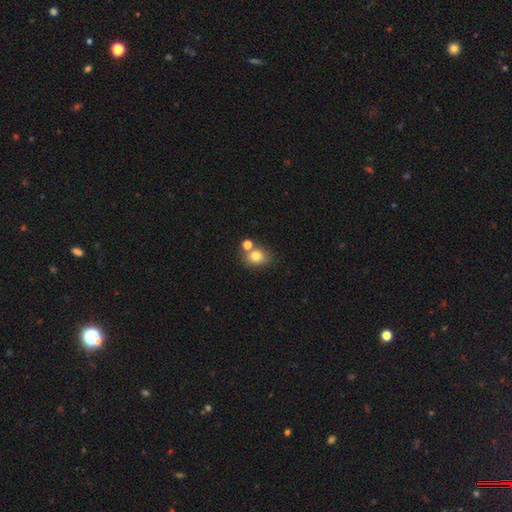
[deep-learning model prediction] Smooth or featured?
  - smooth: 78% *
  - star or artifact: 12%
  - featured or disk: 10%
How rounded?
  - round: 57% *
  - in between: 42%
  - cigar-shaped: 1%
Merging?
  - none: 60% *
  - merger: 25%
  - minor disturbance: 11%
  - major disturbance: 4%